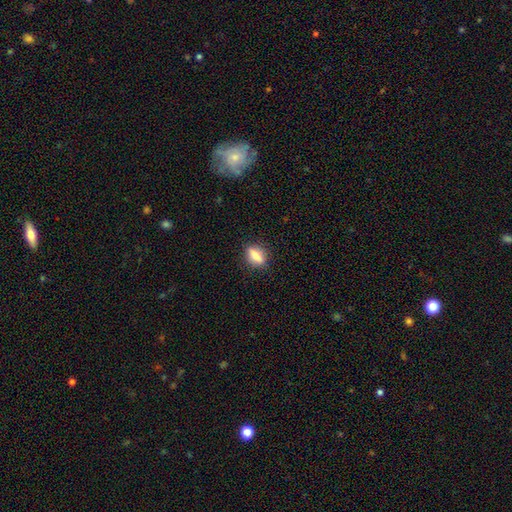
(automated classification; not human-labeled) Smooth or featured?
  - smooth: 76% *
  - featured or disk: 16%
  - star or artifact: 8%
How rounded?
  - in between: 59% *
  - cigar-shaped: 29%
  - round: 12%
Merging?
  - none: 85% *
  - minor disturbance: 10%
  - major disturbance: 3%
  - merger: 1%